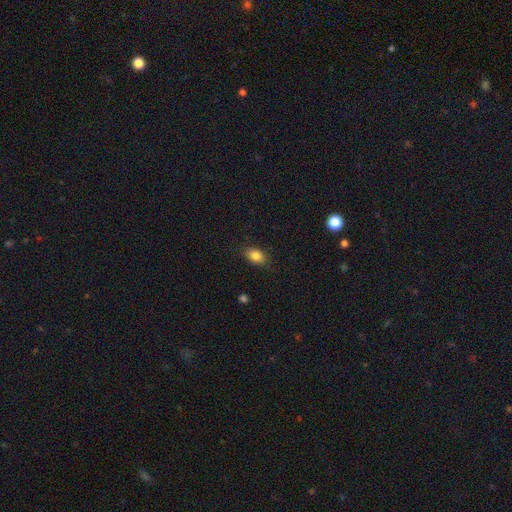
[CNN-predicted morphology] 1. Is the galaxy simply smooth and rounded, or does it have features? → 84% smooth, 9% star or artifact, 7% featured or disk.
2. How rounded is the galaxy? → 83% in between, 15% round, 2% cigar-shaped.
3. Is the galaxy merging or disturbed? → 84% none, 12% minor disturbance, 3% major disturbance, 1% merger.